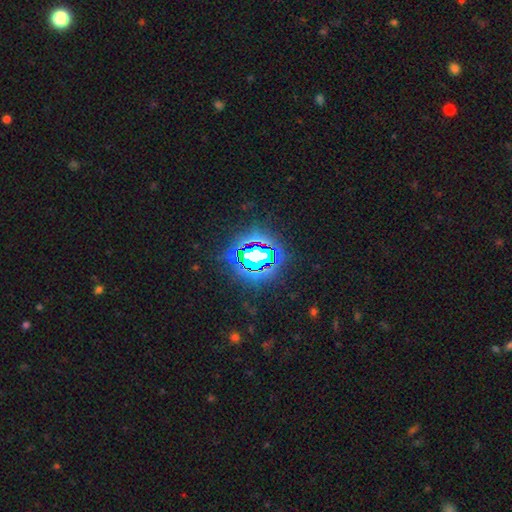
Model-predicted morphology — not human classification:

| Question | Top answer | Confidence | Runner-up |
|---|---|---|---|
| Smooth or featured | star or artifact | 75% | smooth (14%) |